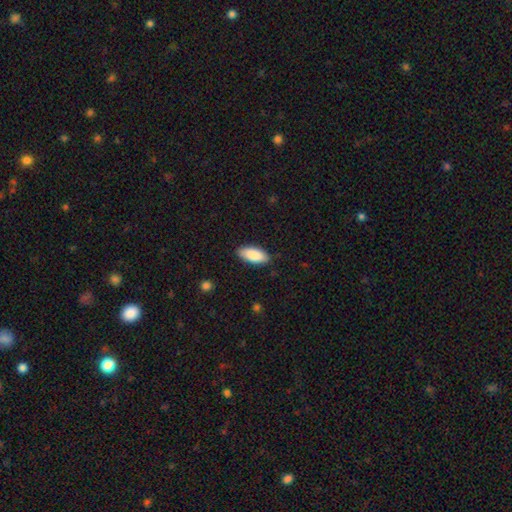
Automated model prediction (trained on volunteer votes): This is clearly a smooth galaxy (88%). How rounded: clearly in between (86%). Merging: clearly none (86%).